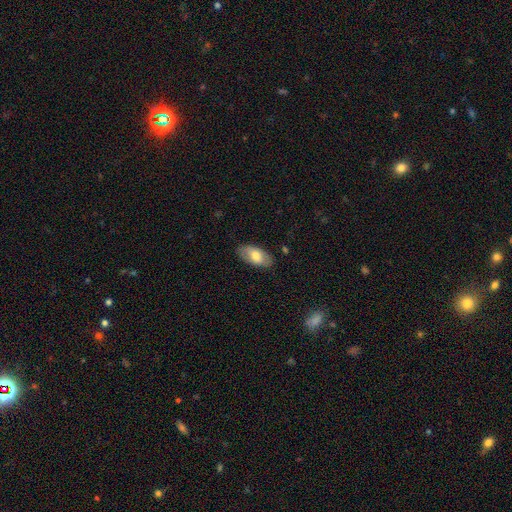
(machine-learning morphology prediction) type=smooth (68%); roundness=in between (94%); merging=none (83%).